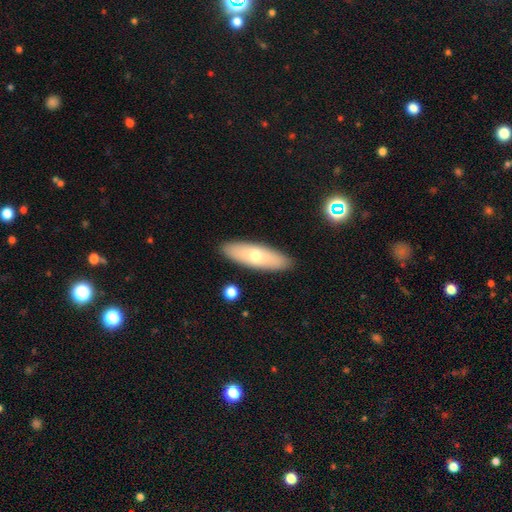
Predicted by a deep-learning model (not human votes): smooth 57%, featured or disk 34%, star or artifact 8%. Down the decision tree: how rounded — cigar-shaped (49%); merging — none (89%).